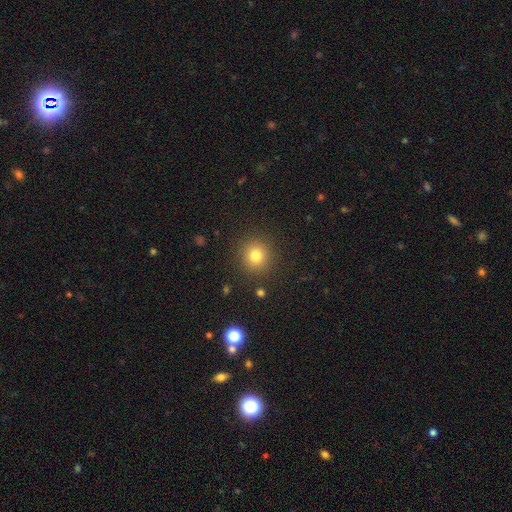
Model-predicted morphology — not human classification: smooth_or_featured: smooth (p=0.79) [alt: star or artifact p=0.13]
how_rounded: round (p=0.91) [alt: in between p=0.08]
merging: none (p=0.89) [alt: minor disturbance p=0.07]